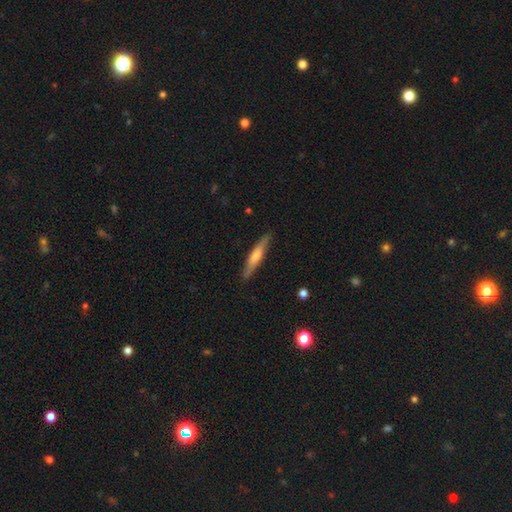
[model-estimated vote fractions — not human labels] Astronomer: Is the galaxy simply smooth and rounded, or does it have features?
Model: smooth — 48% (runner-up: featured or disk, 47%).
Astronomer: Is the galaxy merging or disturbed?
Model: none — 87%.